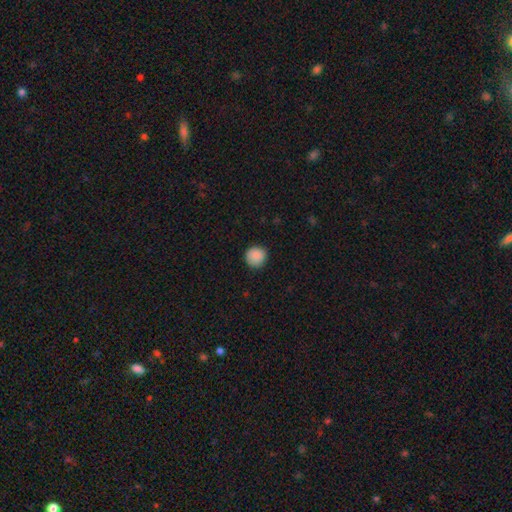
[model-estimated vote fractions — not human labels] Smooth or featured: smooth — 88% (star or artifact — 8%)
How rounded: round — 93% (in between — 6%)
Merging: none — 87% (minor disturbance — 10%)